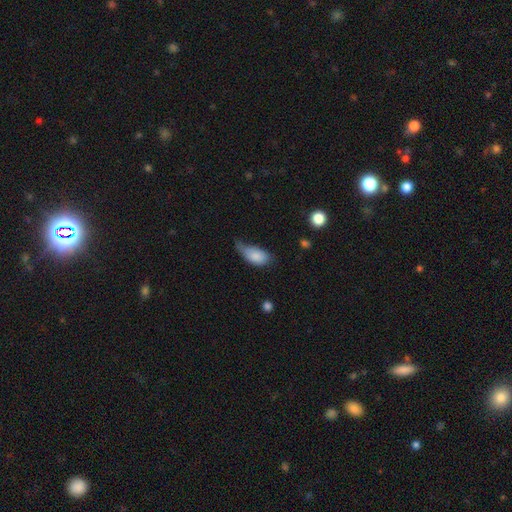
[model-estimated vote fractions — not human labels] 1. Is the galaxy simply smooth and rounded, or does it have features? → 81% smooth, 12% featured or disk, 7% star or artifact.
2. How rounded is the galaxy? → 92% in between, 5% round, 4% cigar-shaped.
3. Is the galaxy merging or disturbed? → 46% minor disturbance, 26% major disturbance, 24% none, 4% merger.